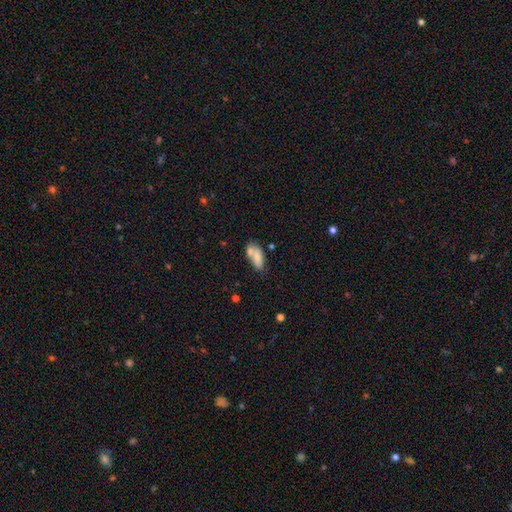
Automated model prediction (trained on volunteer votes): smooth-or-featured: smooth: 72% | featured or disk: 19% | star or artifact: 8%
  how-rounded: in between: 82% | cigar-shaped: 14% | round: 4%
  merging: none: 38% (tied) | merger: 38% (tied) | minor disturbance: 17% | major disturbance: 8%